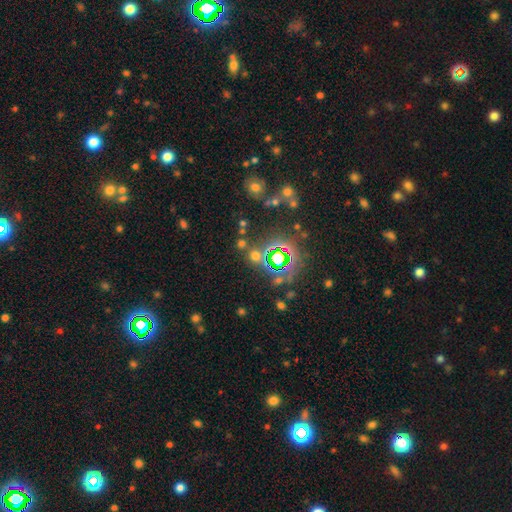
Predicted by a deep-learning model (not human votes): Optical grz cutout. It shows a star or artifact, not a galaxy (46%).